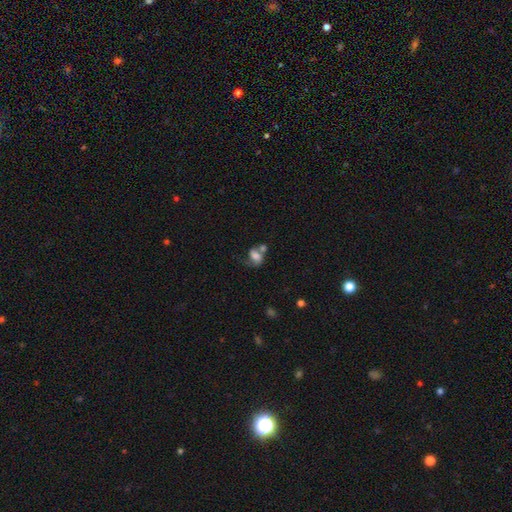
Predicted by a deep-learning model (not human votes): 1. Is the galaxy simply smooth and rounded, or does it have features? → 54% smooth, 35% featured or disk, 11% star or artifact.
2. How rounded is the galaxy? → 71% in between, 27% round, 2% cigar-shaped.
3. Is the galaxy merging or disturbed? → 39% merger, 25% none, 21% major disturbance, 15% minor disturbance.